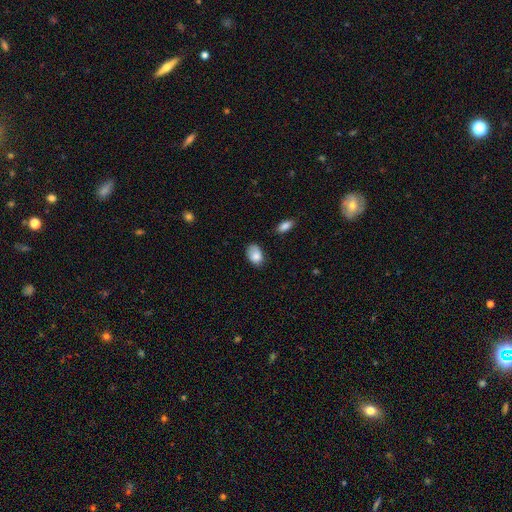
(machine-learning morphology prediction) Overall: smooth (83%). How rounded: in between (85%). Merging: none (63%; minor disturbance 28%).